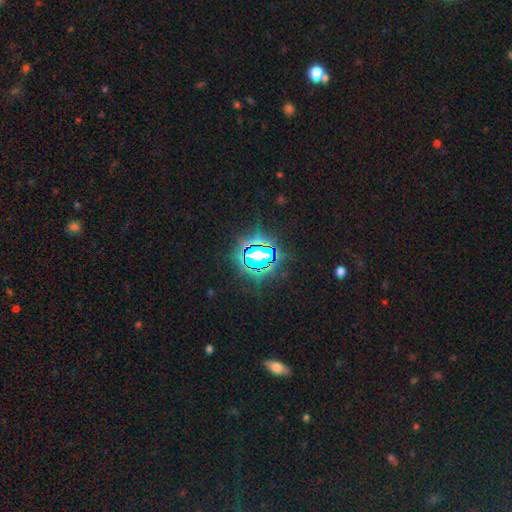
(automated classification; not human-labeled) smooth-or-featured: star or artifact: 81% | smooth: 12% | featured or disk: 7%